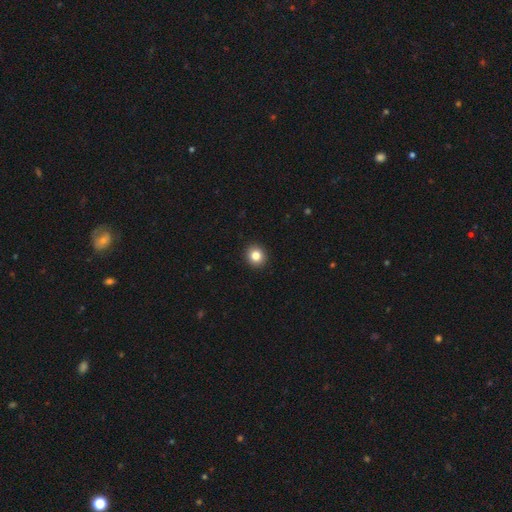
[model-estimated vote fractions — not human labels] Smooth or featured?
  - smooth: 83% *
  - star or artifact: 11%
  - featured or disk: 6%
How rounded?
  - round: 84% *
  - in between: 16%
  - cigar-shaped: 1%
Merging?
  - none: 93% *
  - minor disturbance: 5%
  - major disturbance: 1%
  - merger: 1%